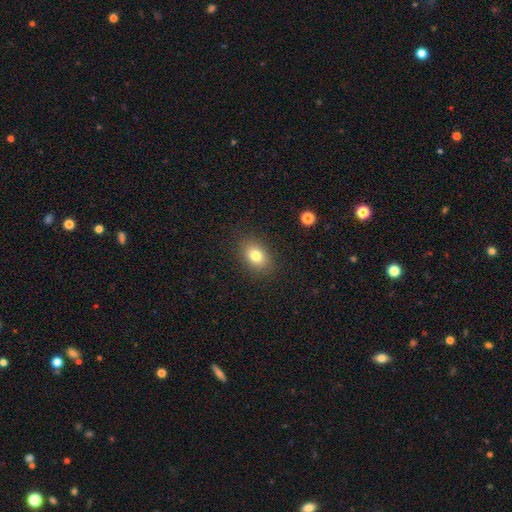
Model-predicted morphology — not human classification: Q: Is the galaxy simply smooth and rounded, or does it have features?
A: smooth — 79%.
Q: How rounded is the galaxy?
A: in between — 75%.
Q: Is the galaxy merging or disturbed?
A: none — 87%.